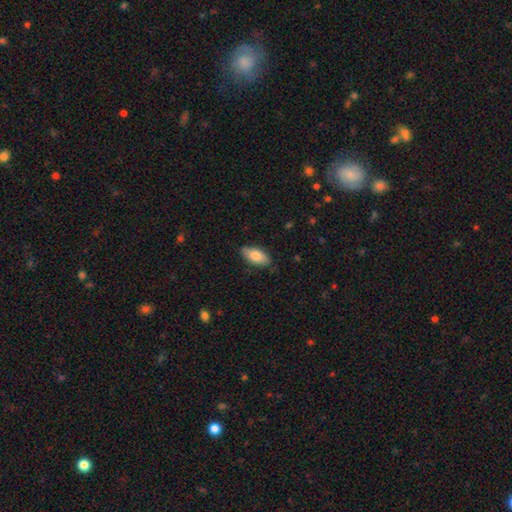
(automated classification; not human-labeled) Q: Smooth or featured?
A: smooth (81%); runner-up: featured or disk (13%)
Q: How rounded?
A: in between (91%); runner-up: cigar-shaped (7%)
Q: Merging?
A: none (82%); runner-up: minor disturbance (14%)